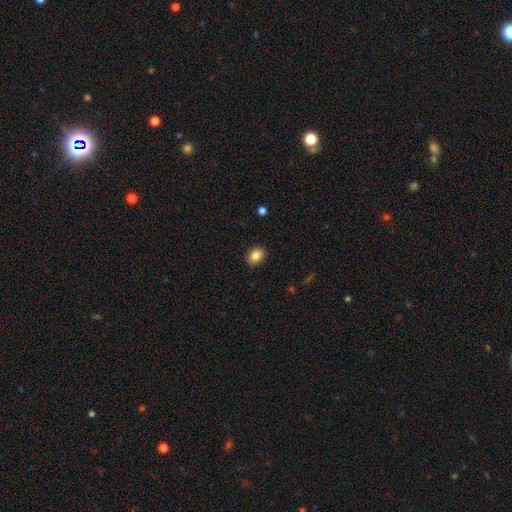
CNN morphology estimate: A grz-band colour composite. It shows a smooth galaxy with no disk features (85%) that is in between round and cigar-shaped (63%). Merging: none (89%).